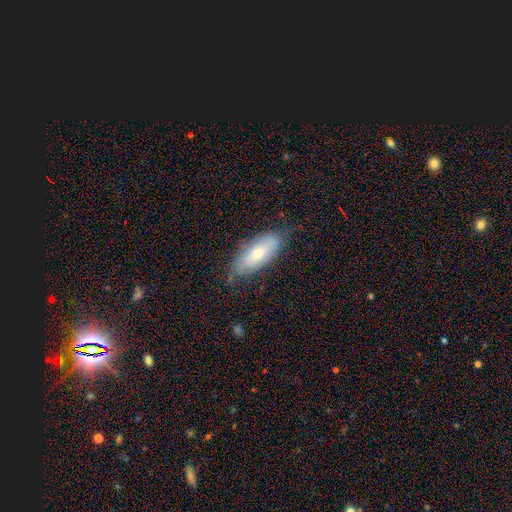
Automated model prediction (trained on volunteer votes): Smooth or featured? smooth (53%)
How rounded? in between (79%)
Merging? none (73%)